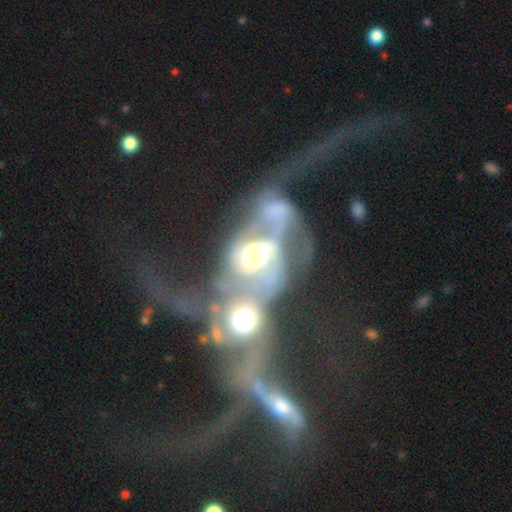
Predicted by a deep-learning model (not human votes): Smooth or featured? Predicted: featured or disk (p=0.80). Edge-on disk? Predicted: no (p=0.94). Bar? Predicted: no (p=0.59). Spiral arms? Predicted: yes (p=0.76). Spiral winding? Predicted: loose (p=0.55). Spiral arm count? Predicted: 2 (p=0.53). Bulge size? Predicted: moderate (p=0.51). Merging? Predicted: merger (p=0.77).